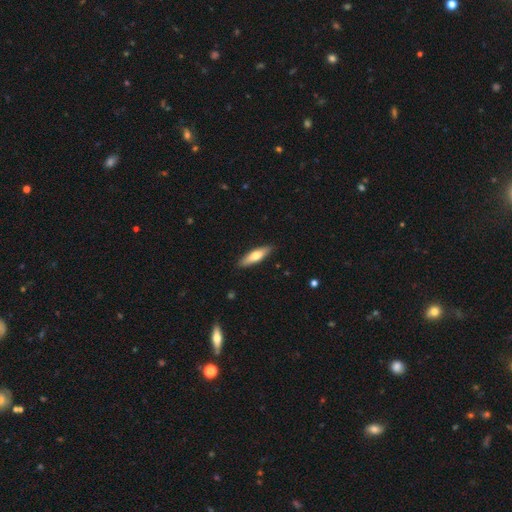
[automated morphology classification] This is likely a smooth galaxy (62%). How rounded: likely cigar-shaped (63%). Merging: clearly none (89%).